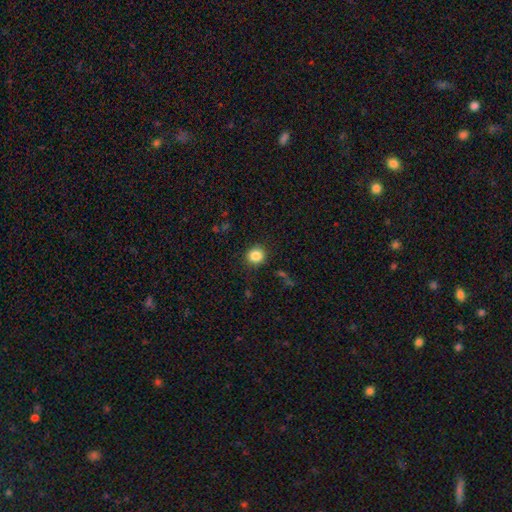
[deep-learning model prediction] smooth_or_featured: smooth (p=0.85) [alt: star or artifact p=0.10]
how_rounded: round (p=0.87) [alt: in between p=0.12]
merging: none (p=0.89) [alt: minor disturbance p=0.08]